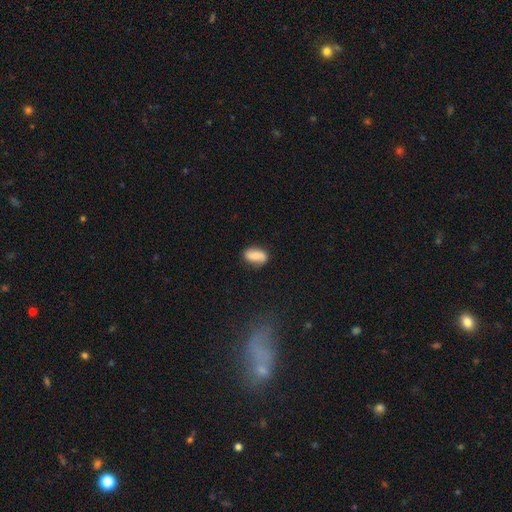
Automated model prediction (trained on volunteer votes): This appears to be a smooth galaxy with no disk features (62%) that is in between round and cigar-shaped (88%). Merging: none (75%).